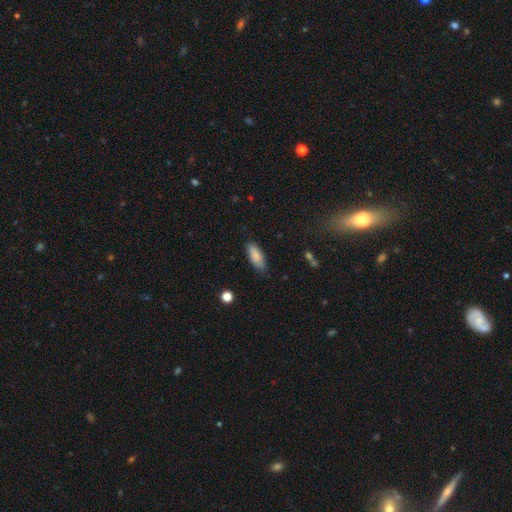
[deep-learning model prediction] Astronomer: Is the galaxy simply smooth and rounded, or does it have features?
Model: smooth — 86%.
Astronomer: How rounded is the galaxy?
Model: in between — 73%.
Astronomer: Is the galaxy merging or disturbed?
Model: none — 79%.